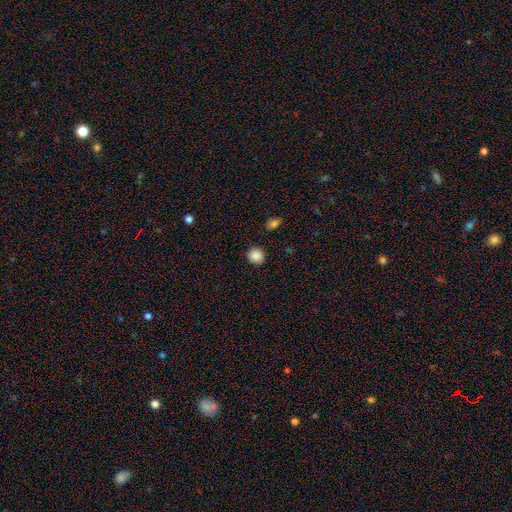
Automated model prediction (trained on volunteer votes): Smooth or featured: smooth — 88% (star or artifact — 10%)
How rounded: round — 93% (in between — 6%)
Merging: none — 91% (minor disturbance — 5%)